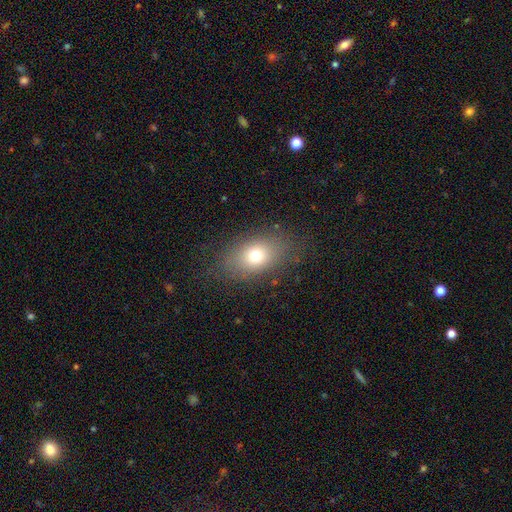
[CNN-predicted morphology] The model was most divided on "how rounded": in between: 74%, round: 24%, cigar-shaped: 2%. More confident: merging — none (80%); smooth or featured — smooth (72%).